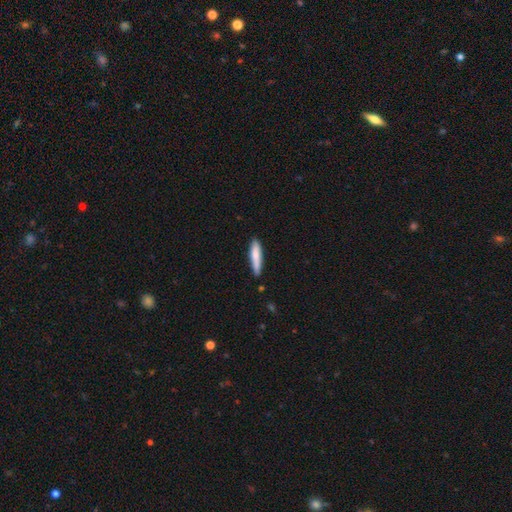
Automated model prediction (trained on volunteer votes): smooth 74%, featured or disk 20%, star or artifact 6%. Down the decision tree: how rounded — cigar-shaped (86%); merging — none (83%).